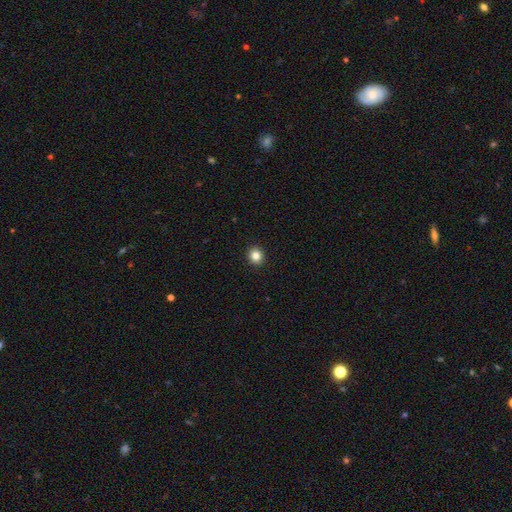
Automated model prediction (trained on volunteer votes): Morphology: type=smooth (83%); roundness=round (89%); merging=none (94%).